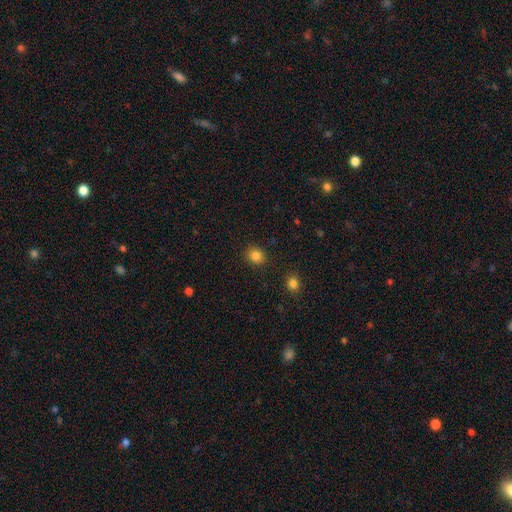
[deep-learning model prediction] Smooth or featured? smooth (85%)
How rounded? round (74%)
Merging? none (89%)